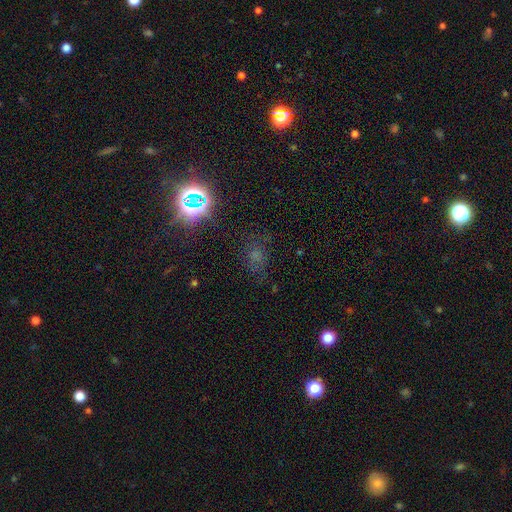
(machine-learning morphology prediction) type=star or artifact (49%).